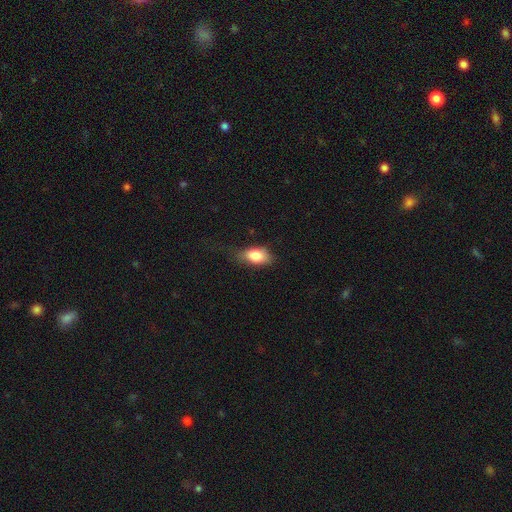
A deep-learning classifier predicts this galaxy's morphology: This appears to be a smooth galaxy with no disk features (81%) that is in between round and cigar-shaped (85%). Merging: none (54%).